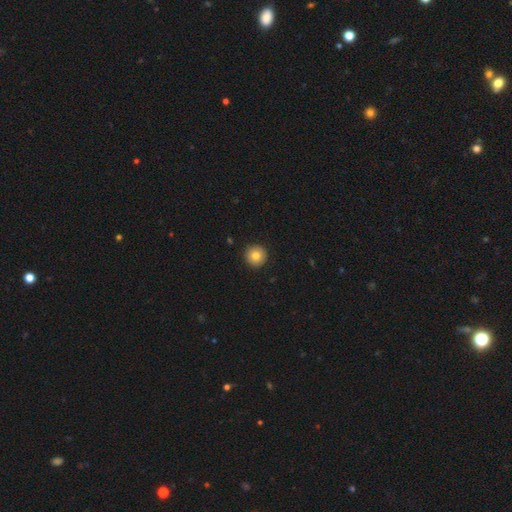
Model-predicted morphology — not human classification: A smooth galaxy with no disk features (80%) that is round (96%).

Vote fractions:
- Smooth or featured? smooth: 80% / featured or disk: 11% / star or artifact: 9%
- How rounded? round: 96% / in between: 3% / cigar-shaped: 1%
- Merging? none: 92% / minor disturbance: 5% / major disturbance: 1% / merger: 1%